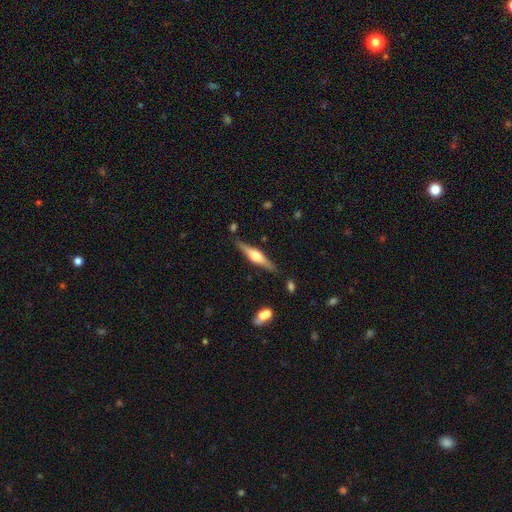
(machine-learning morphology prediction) Smooth or featured: featured or disk — 68% (smooth — 26%)
Edge-on disk: yes — 96% (no — 4%)
Edge-on bulge: rounded — 89% (boxy — 9%)
Merging: none — 84% (minor disturbance — 11%)